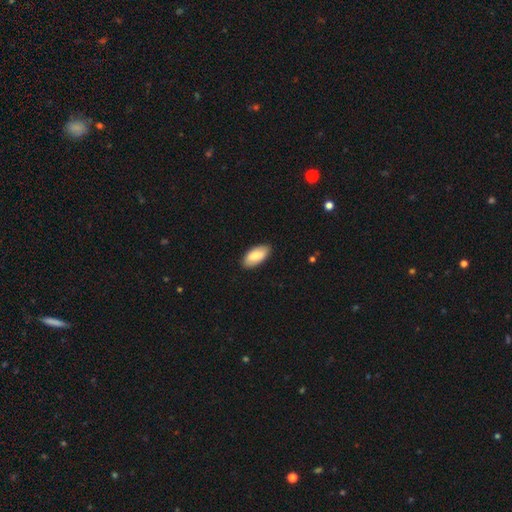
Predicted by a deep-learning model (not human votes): A smooth galaxy with no disk features (82%) that is in between round and cigar-shaped (92%).

Vote fractions:
- Smooth or featured? smooth: 82% / featured or disk: 13% / star or artifact: 6%
- How rounded? in between: 92% / cigar-shaped: 6% / round: 2%
- Merging? none: 87% / minor disturbance: 10% / major disturbance: 2% / merger: 1%